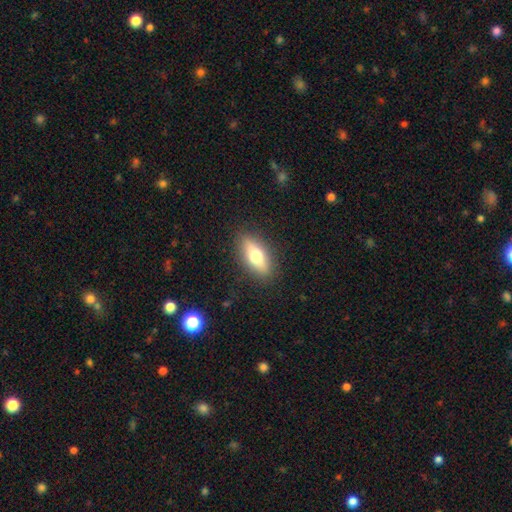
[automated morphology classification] Smooth or featured: smooth — 64% (featured or disk — 29%)
How rounded: in between — 67% (cigar-shaped — 28%)
Merging: none — 87% (minor disturbance — 9%)